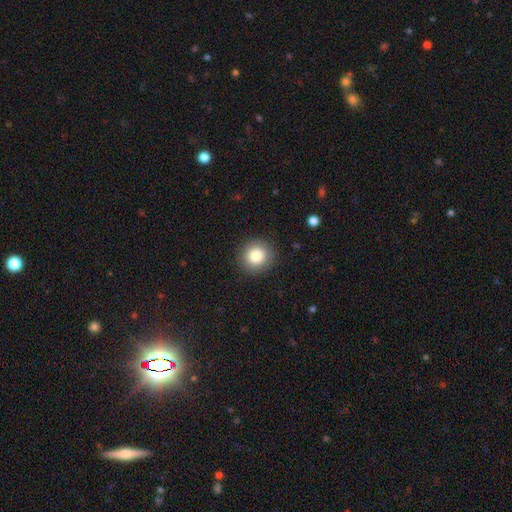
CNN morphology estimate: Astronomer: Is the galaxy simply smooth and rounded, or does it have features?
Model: smooth — 83%.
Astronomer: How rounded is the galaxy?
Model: round — 90%.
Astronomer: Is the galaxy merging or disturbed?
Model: none — 90%.